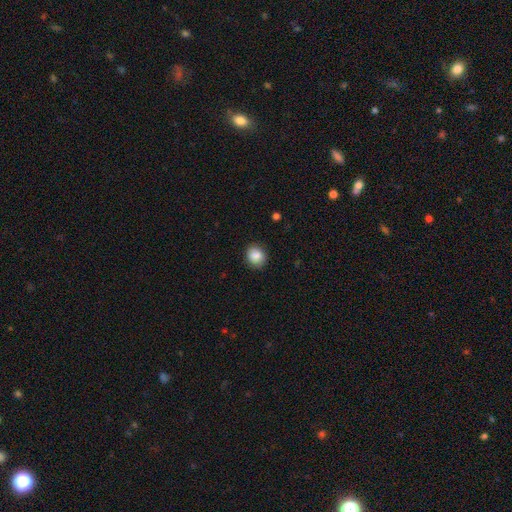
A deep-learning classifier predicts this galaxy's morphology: This appears to be a smooth galaxy with no disk features (87%) that is round (75%). Merging: none (88%).